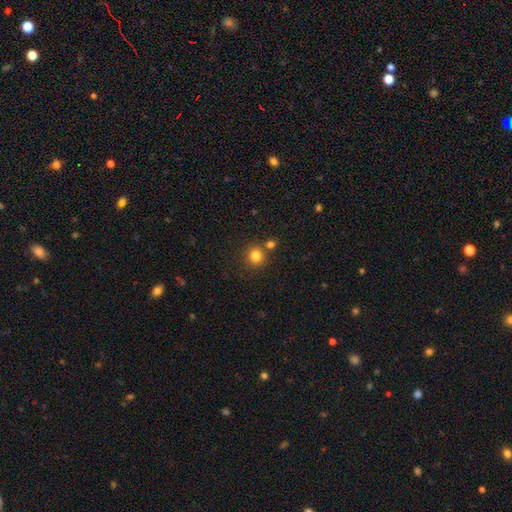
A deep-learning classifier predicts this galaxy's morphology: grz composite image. It shows a smooth galaxy with no disk features (82%) that is round (91%). Merging: none (78%).